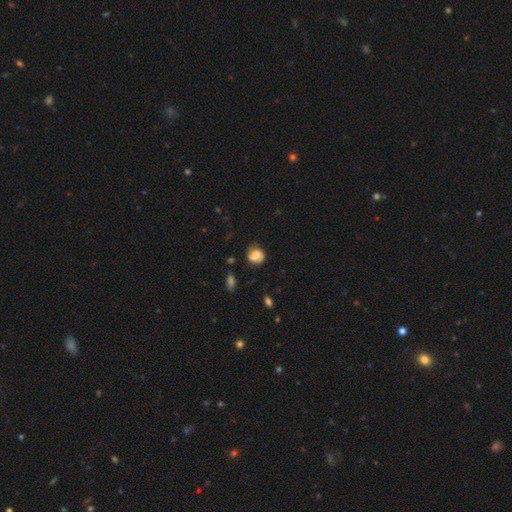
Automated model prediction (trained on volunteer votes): This is likely a smooth galaxy (63%). How rounded: likely round (71%). Merging: likely none (61%).